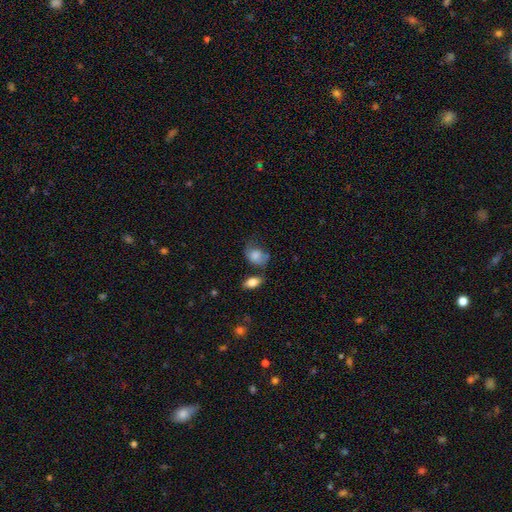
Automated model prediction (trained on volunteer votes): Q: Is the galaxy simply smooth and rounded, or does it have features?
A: smooth — 72%.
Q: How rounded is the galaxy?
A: in between — 71%.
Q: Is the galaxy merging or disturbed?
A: none — 37%.